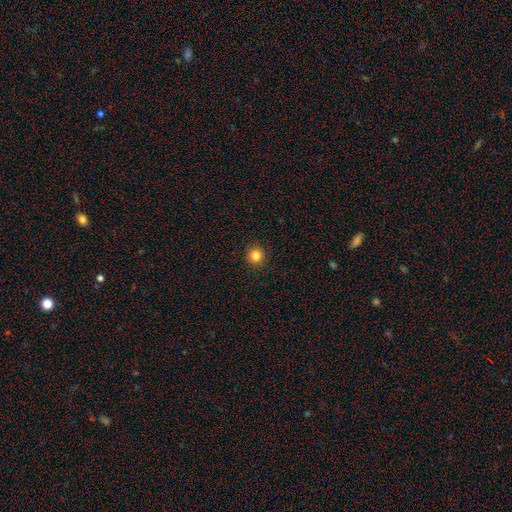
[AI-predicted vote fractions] Overall: smooth (83%). How rounded: round (95%). Merging: none (93%).